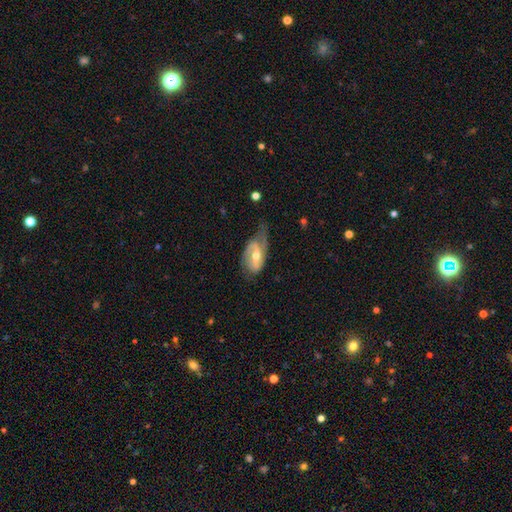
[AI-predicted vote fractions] A featured or disk galaxy (77%) with a weak bar (42%), 2 (76%) medium (42%) spiral arms (89%) and a moderate central bulge (62%). Merging: none (47%).